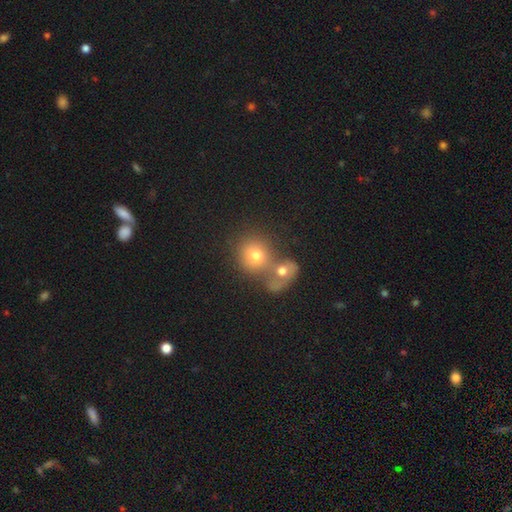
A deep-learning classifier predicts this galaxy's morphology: smooth 67%, featured or disk 17%, star or artifact 16%. Down the decision tree: how rounded — round (78%); merging — merger (53%).